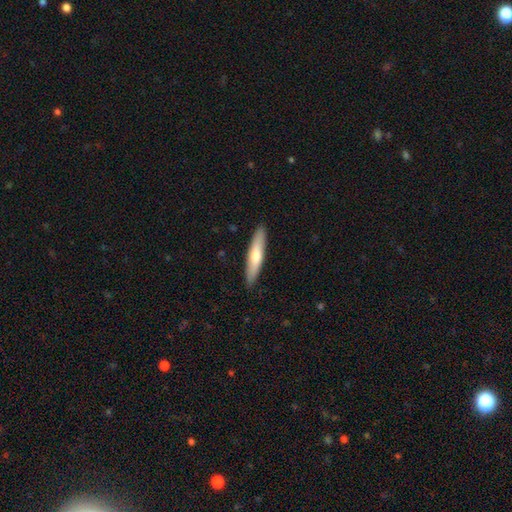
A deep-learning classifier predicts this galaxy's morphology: smooth_or_featured: smooth (p=0.62) [alt: featured or disk p=0.33]
how_rounded: cigar-shaped (p=0.87) [alt: in between p=0.12]
merging: none (p=0.91) [alt: minor disturbance p=0.07]